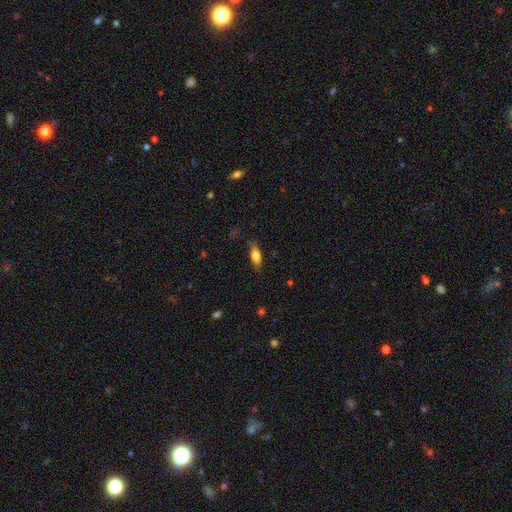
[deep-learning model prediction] Smooth or featured? Predicted: smooth (p=0.74). How rounded? Predicted: in between (p=0.69). Merging? Predicted: none (p=0.77).